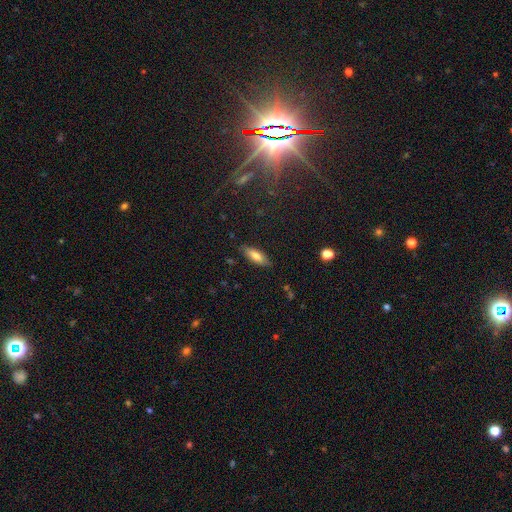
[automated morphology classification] This is likely a smooth galaxy (74%). How rounded: possibly in between (55%). Merging: clearly none (85%).